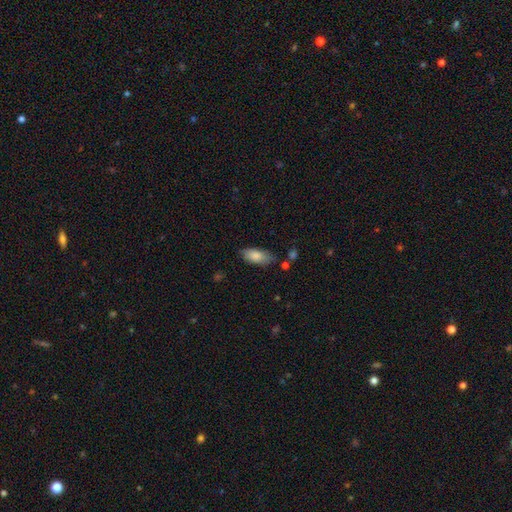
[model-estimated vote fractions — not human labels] A smooth galaxy with no disk features (84%) that is in between round and cigar-shaped (87%).

Vote fractions:
- Smooth or featured? smooth: 84% / featured or disk: 9% / star or artifact: 6%
- How rounded? in between: 87% / cigar-shaped: 11% / round: 2%
- Merging? none: 74% / minor disturbance: 18% / merger: 4% / major disturbance: 4%